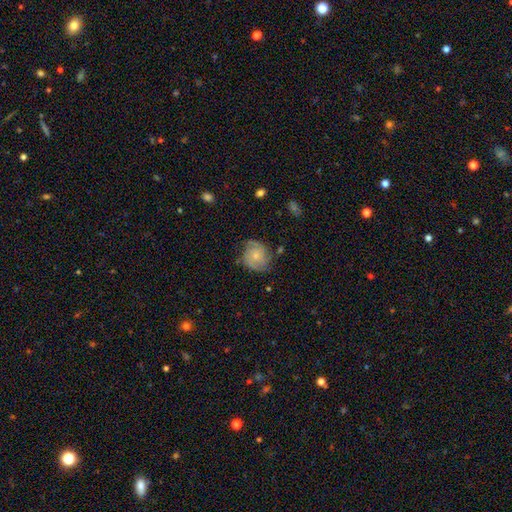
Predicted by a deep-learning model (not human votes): A featured or disk galaxy (60%) with no bar (80%), 2 (40%) tight (52%) spiral arms (87%) and a small central bulge (65%).

Vote fractions:
- Smooth or featured? featured or disk: 60% / smooth: 33% / star or artifact: 7%
- Edge-on disk? no: 98% / yes: 2%
- Bar? no: 80% / weak: 17% / strong: 3%
- Spiral arms? yes: 87% / no: 13%
- Spiral winding? tight: 52% / medium: 36% / loose: 12%
- Spiral arm count? 2: 40% / can't tell: 27% / 3: 19% / 4: 5% / 1: 4% / more than 4: 4%
- Bulge size? small: 65% / moderate: 28% / none: 4% / large: 2% / dominant: 1%
- Merging? none: 64% / minor disturbance: 25% / major disturbance: 9% / merger: 3%